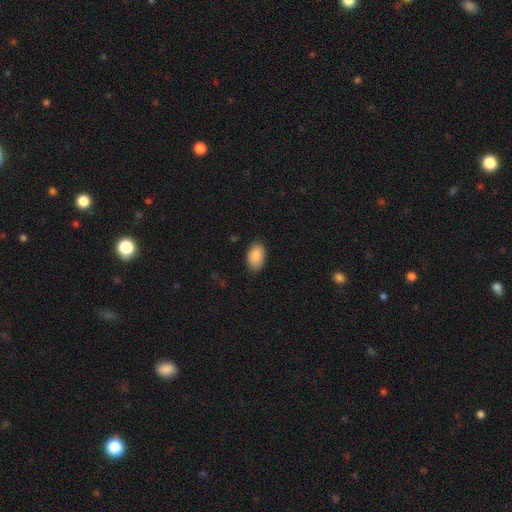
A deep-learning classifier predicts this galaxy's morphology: The model was most divided on "merging": none: 85%, minor disturbance: 11%, major disturbance: 2%, merger: 1%. More confident: how rounded — in between (92%); smooth or featured — smooth (90%).